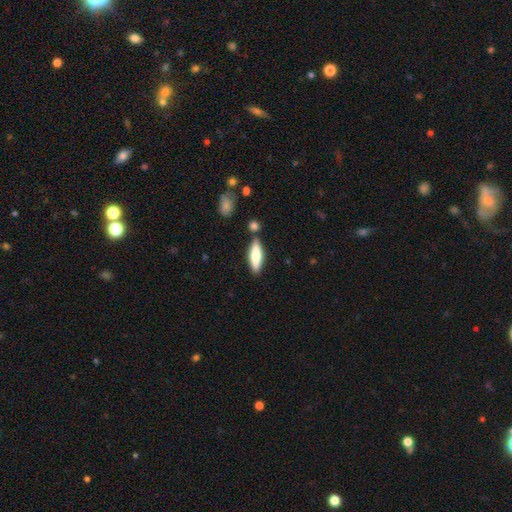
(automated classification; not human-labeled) smooth_or_featured: smooth (p=0.74) [alt: featured or disk p=0.20]
how_rounded: cigar-shaped (p=0.54) [alt: in between p=0.44]
merging: none (p=0.80) [alt: minor disturbance p=0.11]